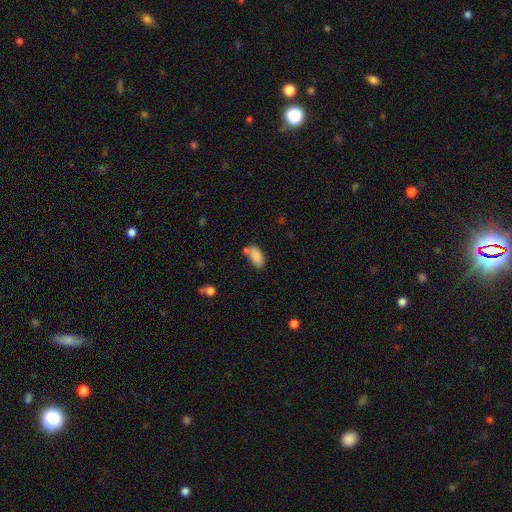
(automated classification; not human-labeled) Smooth or featured? smooth (86%)
How rounded? in between (92%)
Merging? none (60%)